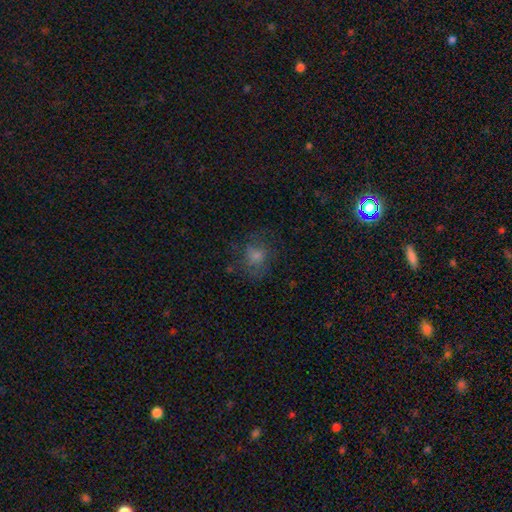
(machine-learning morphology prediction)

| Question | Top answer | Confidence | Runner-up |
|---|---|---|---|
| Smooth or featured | smooth | 53% | star or artifact (24%) |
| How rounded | round | 69% | in between (30%) |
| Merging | none | 66% | minor disturbance (19%) |